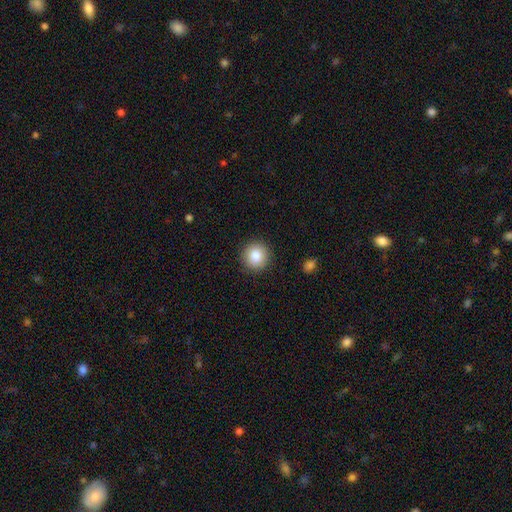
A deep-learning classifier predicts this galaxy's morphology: This appears to be a smooth galaxy with no disk features (84%) that is round (94%). Merging: none (91%).